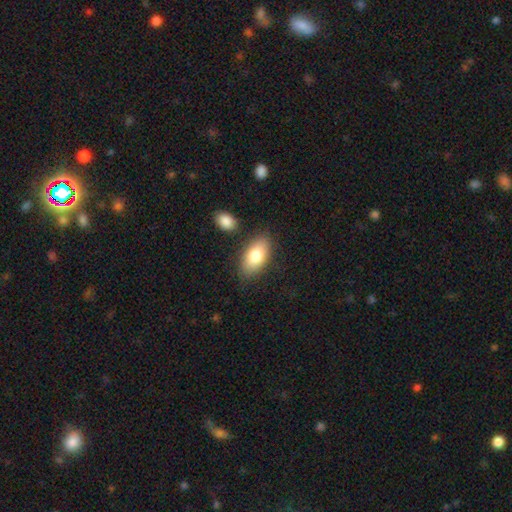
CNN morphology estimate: Q: Smooth or featured?
A: smooth (81%); runner-up: featured or disk (12%)
Q: How rounded?
A: in between (93%); runner-up: round (4%)
Q: Merging?
A: none (81%); runner-up: minor disturbance (11%)